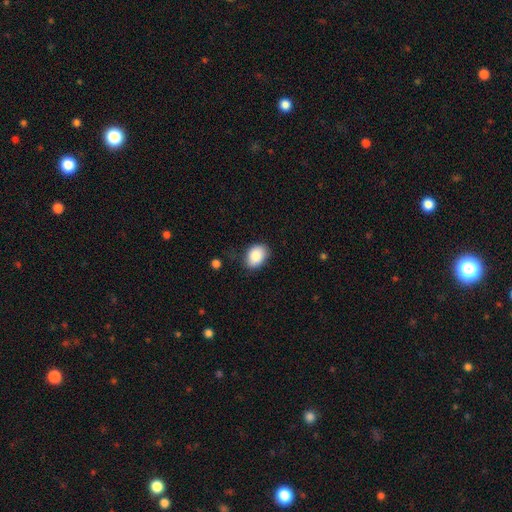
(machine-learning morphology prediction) smooth 86%, star or artifact 7%, featured or disk 7%. Down the decision tree: how rounded — in between (74%); merging — none (78%).